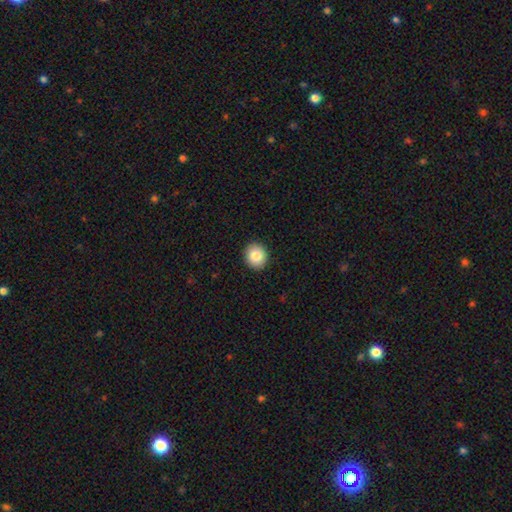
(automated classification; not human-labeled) This appears to be a smooth galaxy with no disk features (84%) that is round (82%). Merging: none (92%).